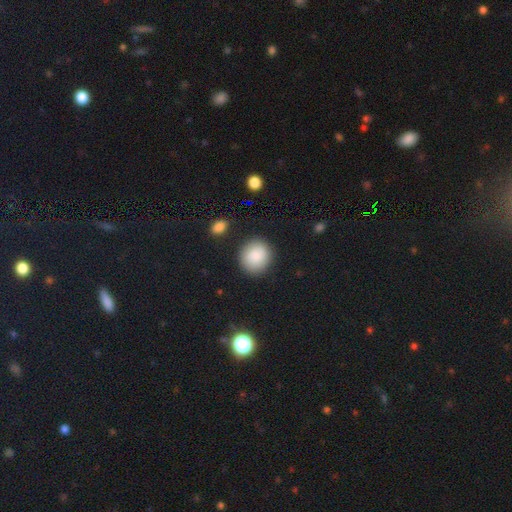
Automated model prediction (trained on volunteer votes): A smooth galaxy with no disk features (87%) that is round (86%). Merging: none (86%).